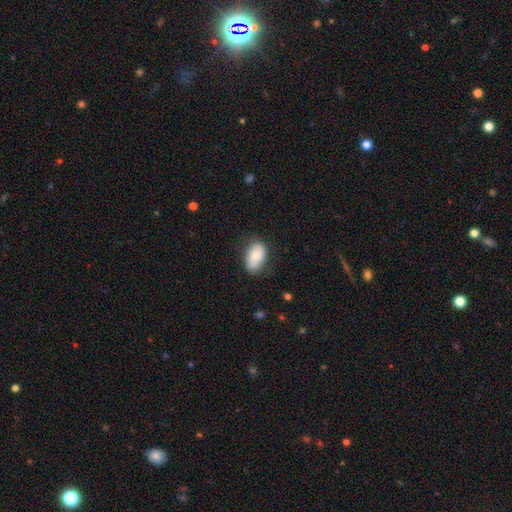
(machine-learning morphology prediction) Overall: smooth (69%). How rounded: in between (90%). Merging: none (70%).